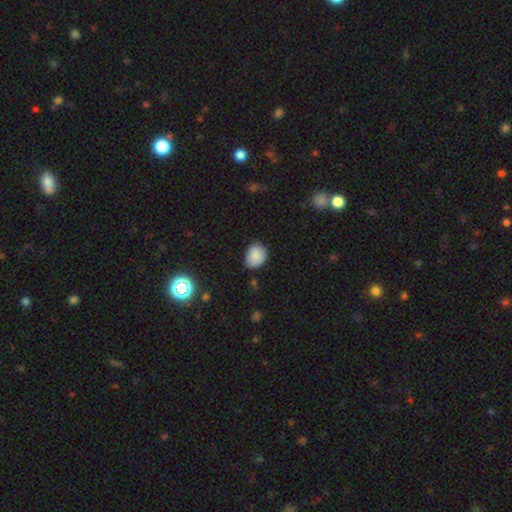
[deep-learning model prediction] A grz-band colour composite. It shows a smooth galaxy with no disk features (84%) that is round (52%). Merging: none (73%).